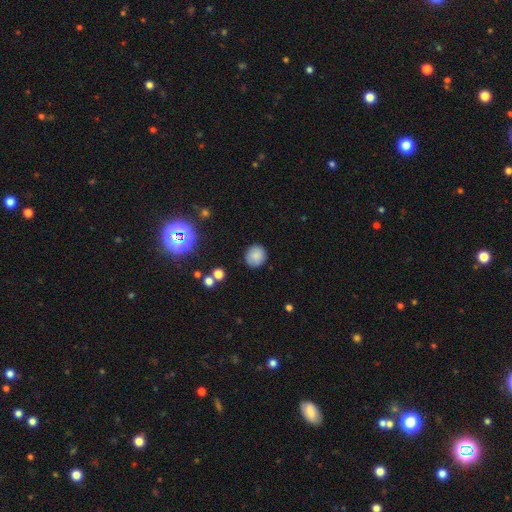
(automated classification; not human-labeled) Q: Smooth or featured?
A: smooth (83%); runner-up: star or artifact (11%)
Q: How rounded?
A: round (87%); runner-up: in between (12%)
Q: Merging?
A: none (87%); runner-up: minor disturbance (9%)